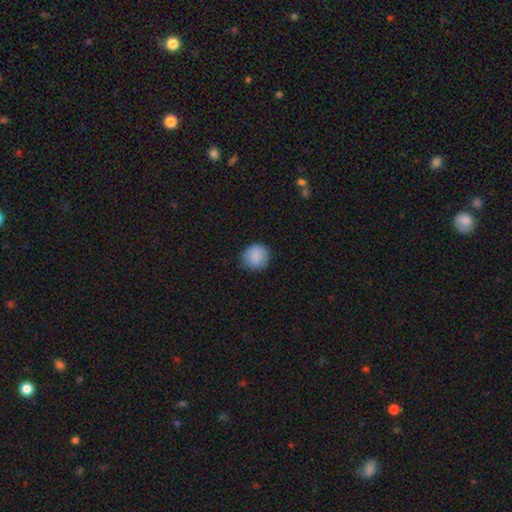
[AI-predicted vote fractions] Smooth or featured: smooth — 88% (star or artifact — 7%)
How rounded: round — 88% (in between — 11%)
Merging: none — 81% (minor disturbance — 15%)